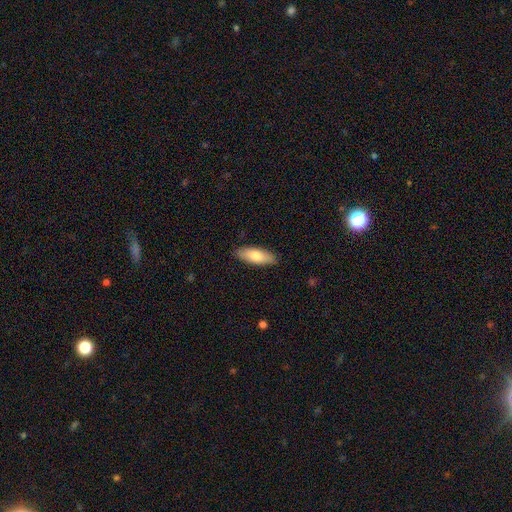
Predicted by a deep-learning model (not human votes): Morphology: type=smooth (77%); roundness=in between (69%); merging=none (88%).